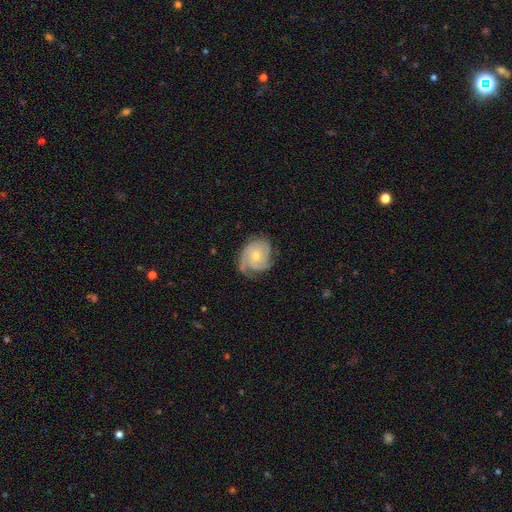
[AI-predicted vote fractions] This appears to be a featured or disk galaxy (82%) with no bar (74%), 3 (38%) tight (60%) spiral arms (96%) and a small central bulge (55%). Merging: none (67%).